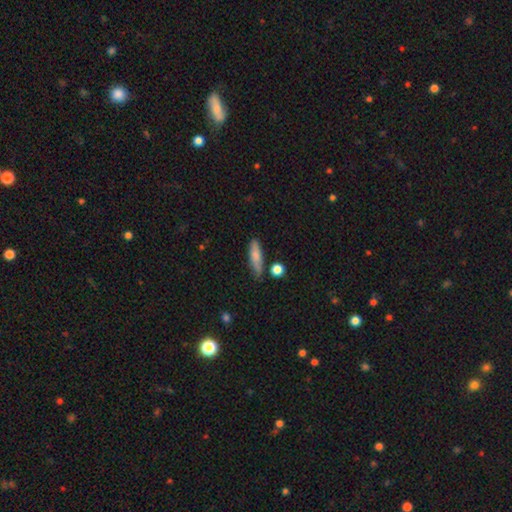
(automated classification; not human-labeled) This appears to be a smooth galaxy with no disk features (76%) that is cigar-shaped (64%). Merging: none (75%).